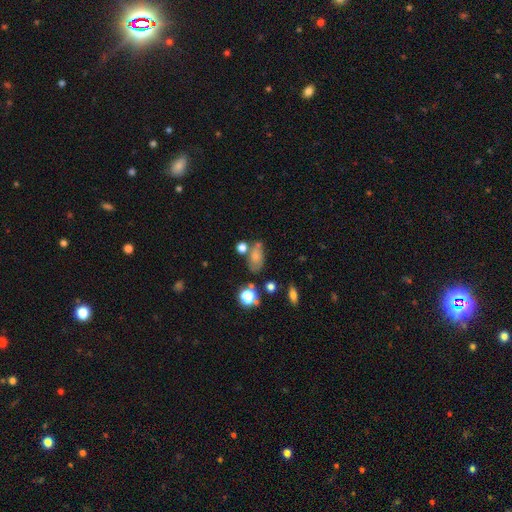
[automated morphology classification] A smooth galaxy with no disk features (67%) that is in between round and cigar-shaped (81%).

Vote fractions:
- Smooth or featured? smooth: 67% / featured or disk: 18% / star or artifact: 15%
- How rounded? in between: 81% / round: 14% / cigar-shaped: 5%
- Merging? none: 50% / minor disturbance: 22% / merger: 18% / major disturbance: 10%